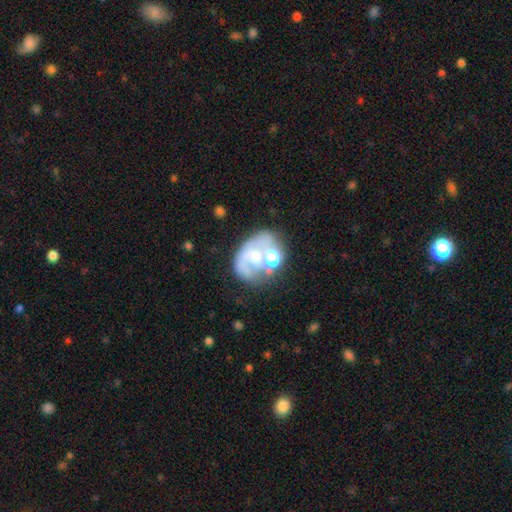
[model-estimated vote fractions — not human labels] A featured or disk galaxy (56%) with no bar (81%), no spiral arms (60%) and a small central bulge (42%, tied with moderate). Merging: none (32%).